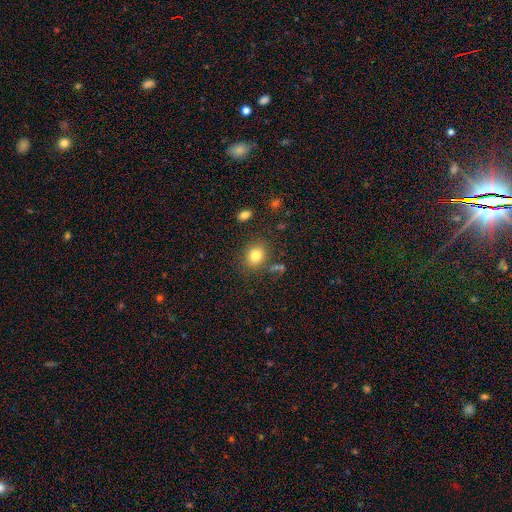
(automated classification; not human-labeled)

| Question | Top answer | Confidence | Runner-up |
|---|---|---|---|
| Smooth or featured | smooth | 81% | star or artifact (11%) |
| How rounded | round | 62% | in between (37%) |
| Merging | none | 82% | minor disturbance (11%) |